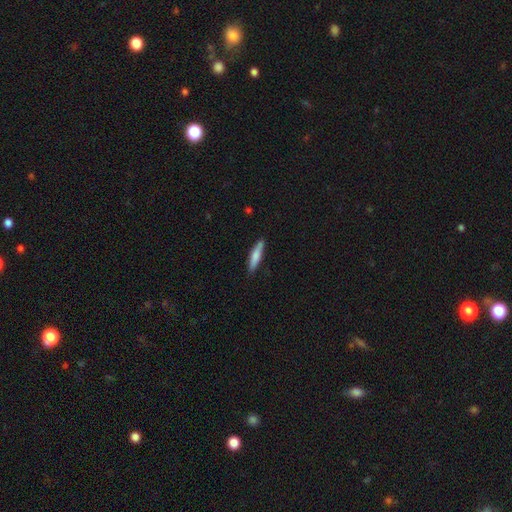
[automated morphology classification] Smooth or featured: smooth — 73% (featured or disk — 22%)
How rounded: cigar-shaped — 83% (in between — 16%)
Merging: none — 85% (minor disturbance — 12%)